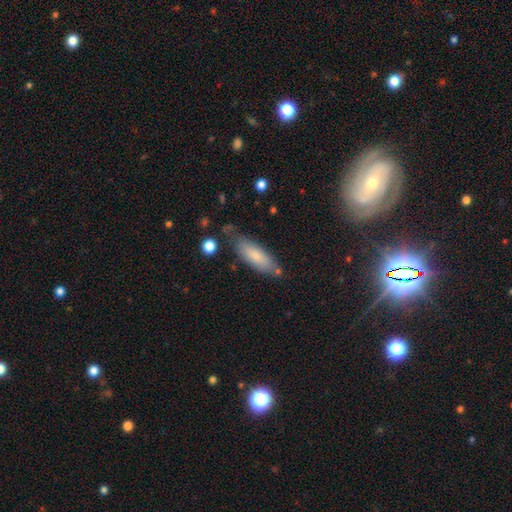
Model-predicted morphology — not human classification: Q: Smooth or featured?
A: smooth (74%); runner-up: featured or disk (19%)
Q: How rounded?
A: in between (57%); runner-up: cigar-shaped (41%)
Q: Merging?
A: none (71%); runner-up: minor disturbance (20%)